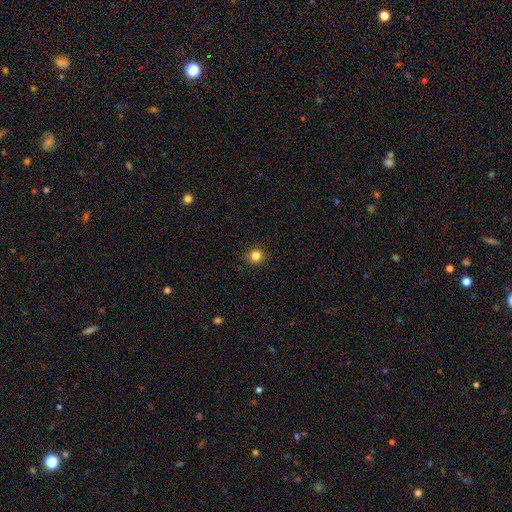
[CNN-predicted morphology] Overall: smooth (82%). How rounded: round (89%). Merging: none (89%).